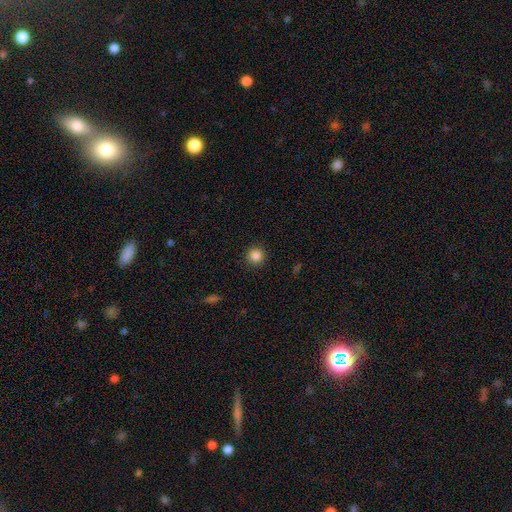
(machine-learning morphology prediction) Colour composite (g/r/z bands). It shows a smooth galaxy with no disk features (86%) that is round (94%). Merging: none (91%).